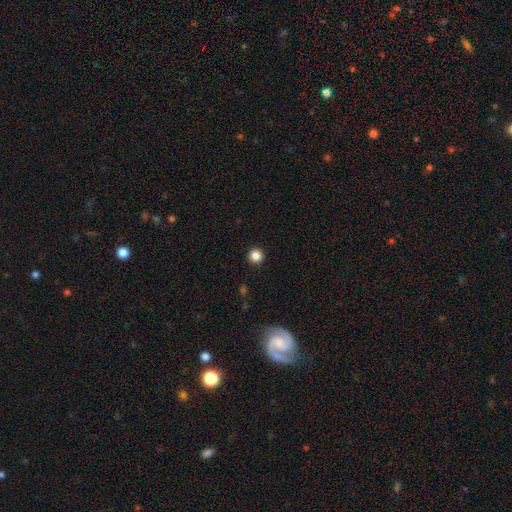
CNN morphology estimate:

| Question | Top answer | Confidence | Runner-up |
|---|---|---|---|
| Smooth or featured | smooth | 85% | star or artifact (11%) |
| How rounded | round | 96% | in between (3%) |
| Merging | none | 93% | minor disturbance (4%) |